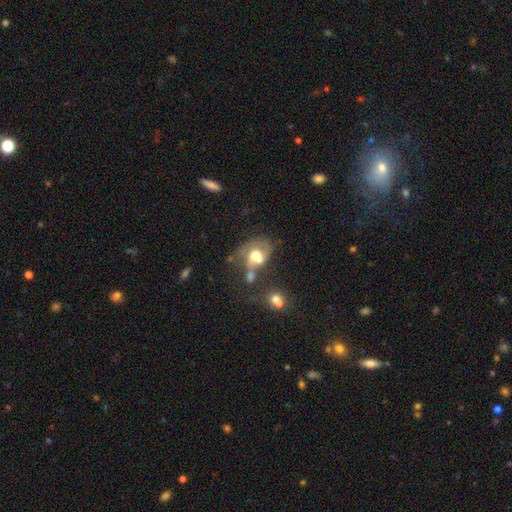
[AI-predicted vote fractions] The model was most divided on "smooth or featured": featured or disk: 50%, smooth: 40%, star or artifact: 10%. Remaining: merging — merger (36%).